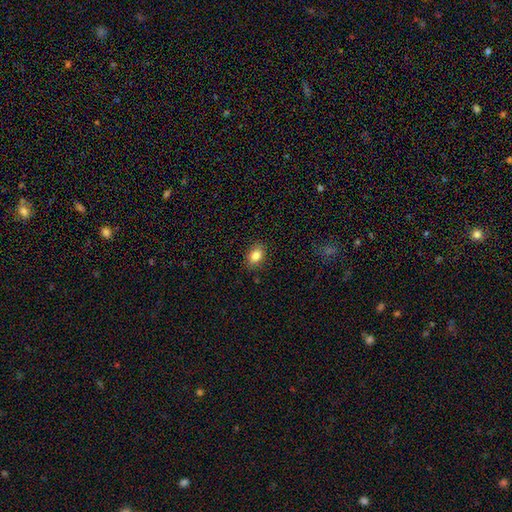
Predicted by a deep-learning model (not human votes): Morphology: type=smooth (84%); roundness=in between (77%); merging=none (87%).